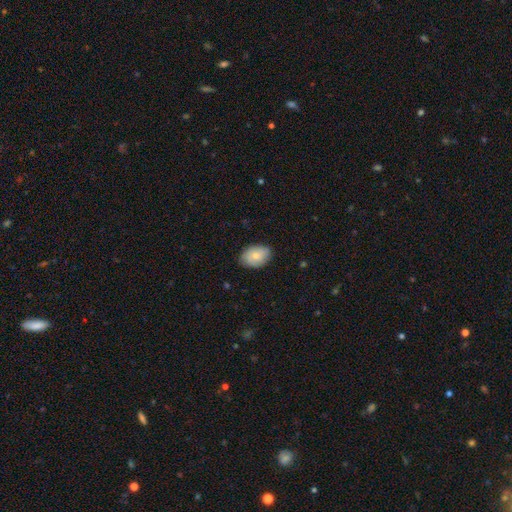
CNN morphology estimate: Smooth or featured? smooth (74%)
How rounded? in between (83%)
Merging? none (81%)